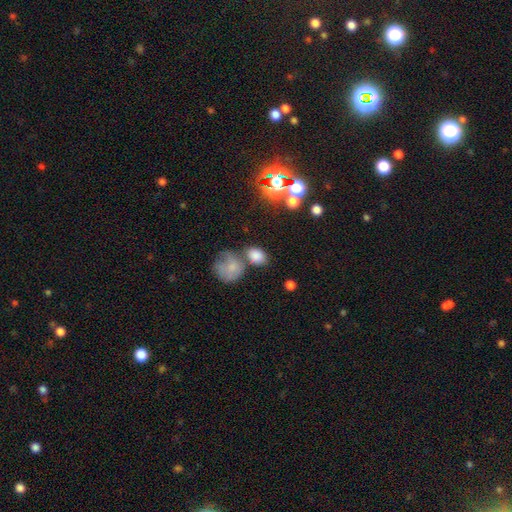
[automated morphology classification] Smooth or featured: smooth — 80% (star or artifact — 11%)
How rounded: in between — 68% (round — 30%)
Merging: none — 52% (merger — 26%)